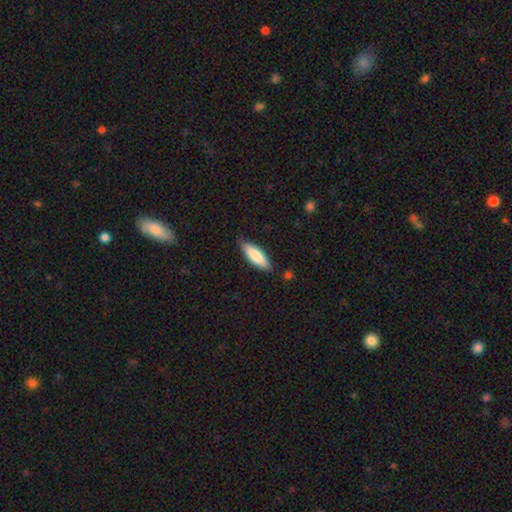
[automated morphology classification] A smooth galaxy with no disk features (81%) that is in between round and cigar-shaped (53%).

Vote fractions:
- Smooth or featured? smooth: 81% / featured or disk: 14% / star or artifact: 5%
- How rounded? in between: 53% / cigar-shaped: 45% / round: 1%
- Merging? none: 82% / minor disturbance: 14% / major disturbance: 2% / merger: 2%